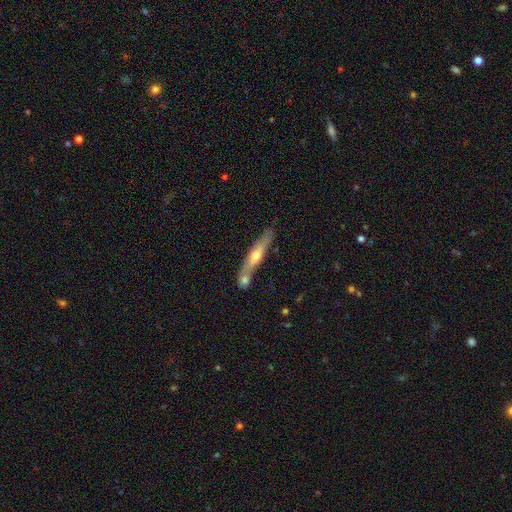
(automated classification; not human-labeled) Smooth or featured? Predicted: featured or disk (p=0.56). Edge-on disk? Predicted: yes (p=0.86). Merging? Predicted: none (p=0.59).